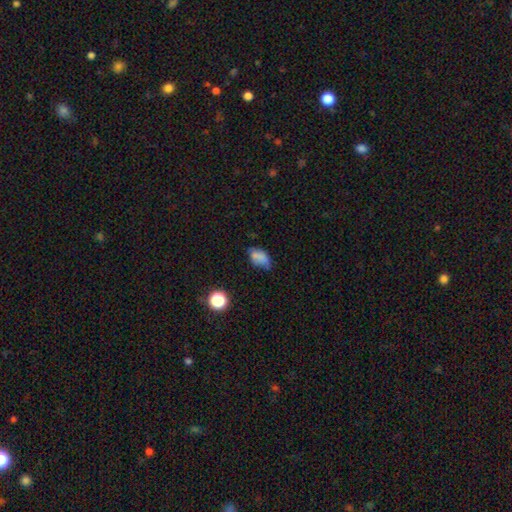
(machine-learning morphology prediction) type=smooth (69%); roundness=in between (86%); merging=none (46%).